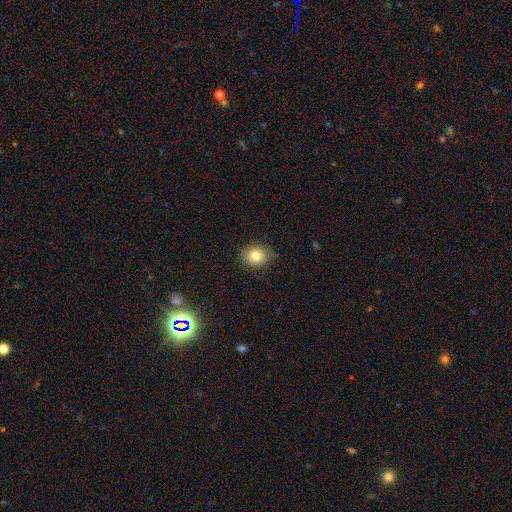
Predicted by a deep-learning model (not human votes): Morphology: type=smooth (80%); roundness=round (68%); merging=none (80%).